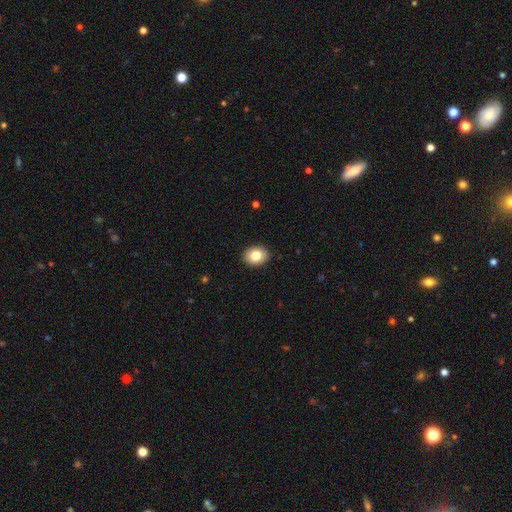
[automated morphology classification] A smooth galaxy with no disk features (81%) that is in between round and cigar-shaped (56%).

Vote fractions:
- Smooth or featured? smooth: 81% / featured or disk: 10% / star or artifact: 9%
- How rounded? in between: 56% / round: 43% / cigar-shaped: 1%
- Merging? none: 91% / minor disturbance: 7% / major disturbance: 2% / merger: 1%